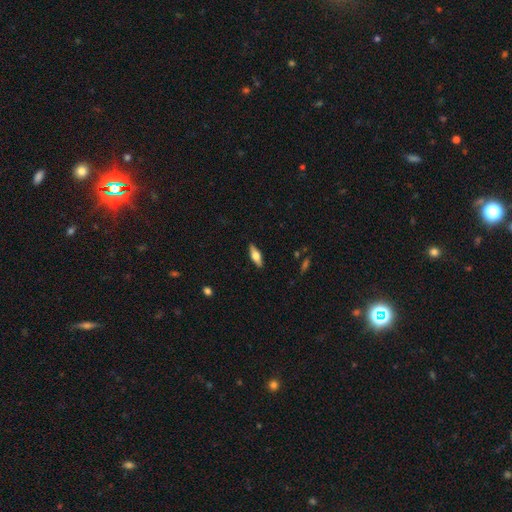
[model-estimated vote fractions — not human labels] Q: Smooth or featured?
A: smooth (49%); runner-up: featured or disk (44%)
Q: Merging?
A: none (89%); runner-up: minor disturbance (9%)